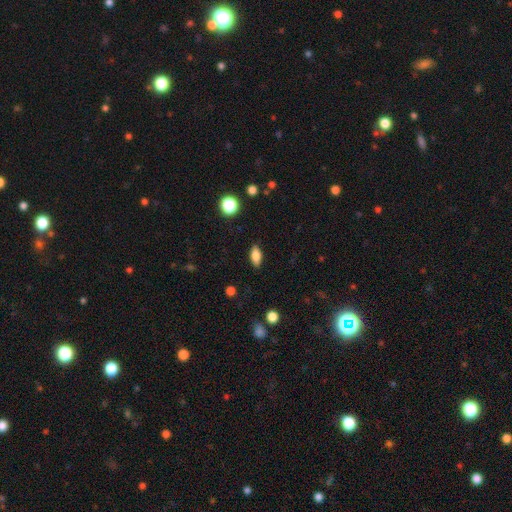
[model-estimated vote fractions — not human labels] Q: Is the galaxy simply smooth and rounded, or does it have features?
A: smooth — 78%.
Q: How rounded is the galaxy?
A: in between — 84%.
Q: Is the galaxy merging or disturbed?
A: none — 86%.